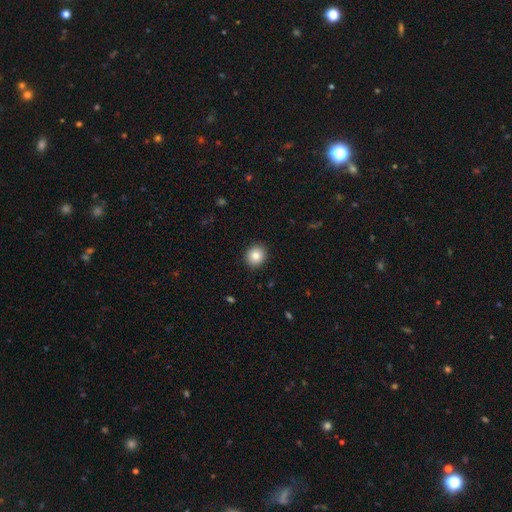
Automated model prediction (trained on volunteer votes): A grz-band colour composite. It shows a smooth galaxy with no disk features (83%) that is round (86%). Merging: none (91%).